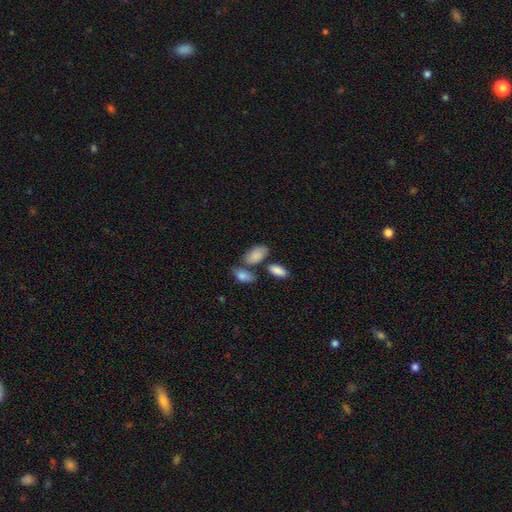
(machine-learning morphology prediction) This appears to be a smooth galaxy with no disk features (85%) that is in between round and cigar-shaped (93%). Merging: none (57%).